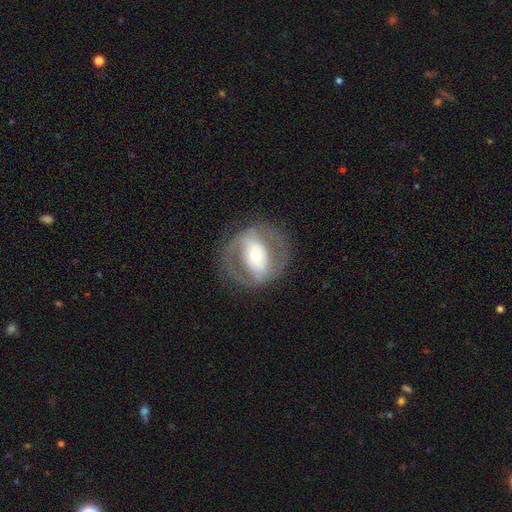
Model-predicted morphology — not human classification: A featured or disk galaxy (73%) with a strong bar (37%), spiral arms (55%) and a moderate central bulge (56%). Merging: none (73%).